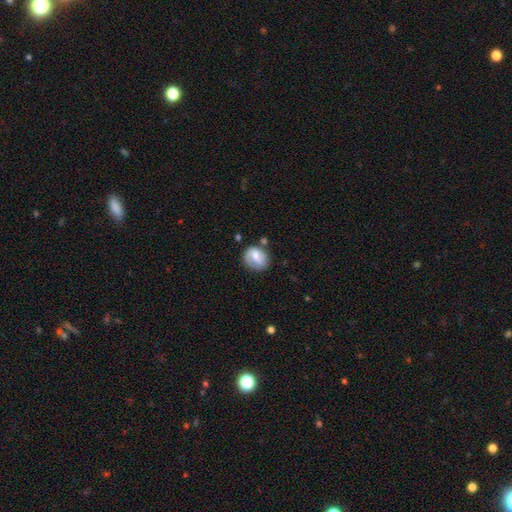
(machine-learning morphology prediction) This appears to be a featured or disk galaxy (50%). Merging: none (62%).